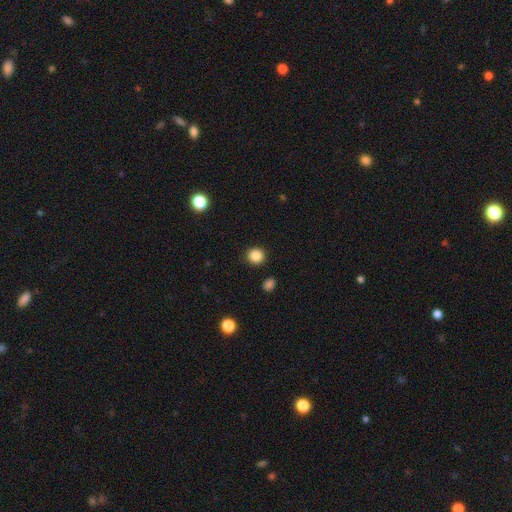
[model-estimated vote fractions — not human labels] smooth-or-featured: smooth: 86% | star or artifact: 11% | featured or disk: 3%
  how-rounded: round: 92% | in between: 7% | cigar-shaped: 1%
  merging: none: 91% | minor disturbance: 5% | major disturbance: 2% | merger: 2%